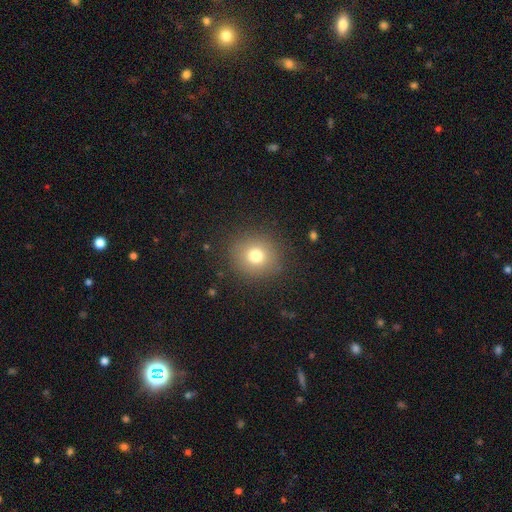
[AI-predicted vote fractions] A smooth galaxy with no disk features (77%) that is round (89%). Merging: none (88%).